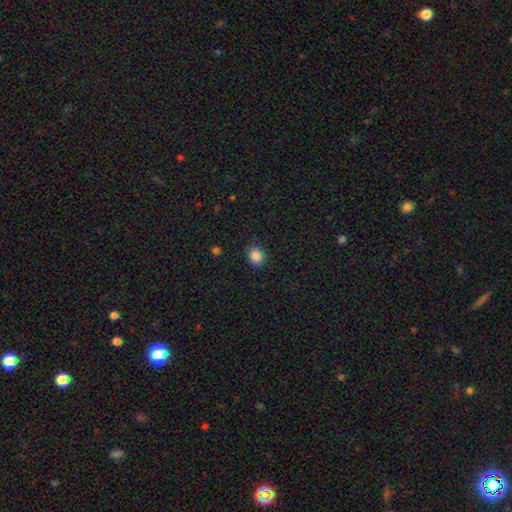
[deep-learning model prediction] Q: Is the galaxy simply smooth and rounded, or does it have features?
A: smooth — 86%.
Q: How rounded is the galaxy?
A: round — 57%.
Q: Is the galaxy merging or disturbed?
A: none — 85%.